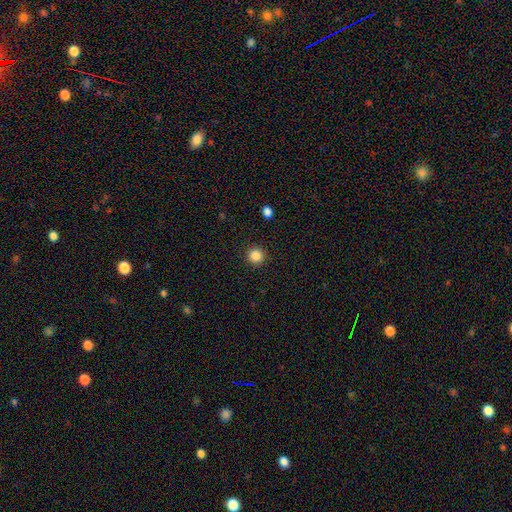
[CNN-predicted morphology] Overall: smooth (86%). How rounded: round (95%). Merging: none (92%).